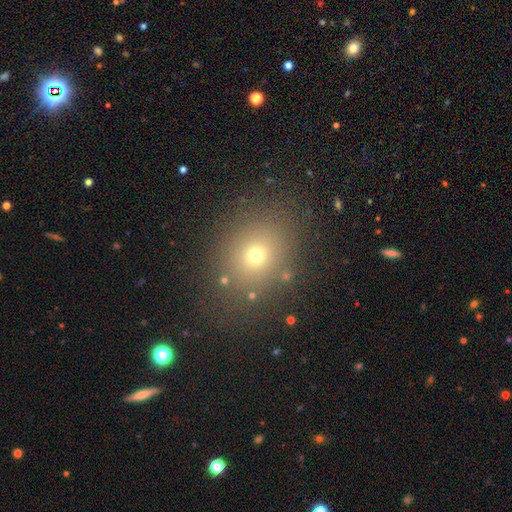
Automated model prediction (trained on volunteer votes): Smooth or featured? Predicted: smooth (p=0.66). How rounded? Predicted: round (p=0.55). Merging? Predicted: none (p=0.82).